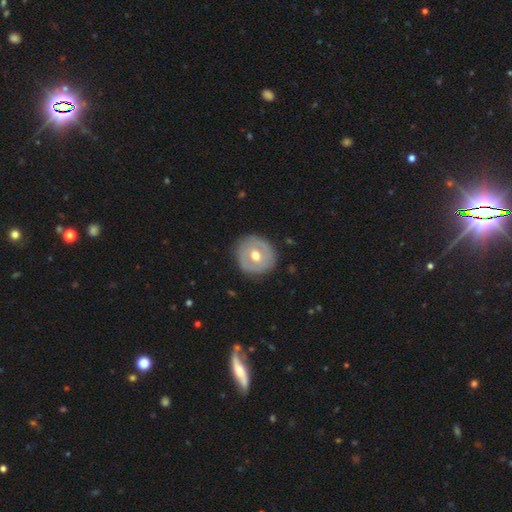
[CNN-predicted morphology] type=featured or disk (48%); merging=none (85%).